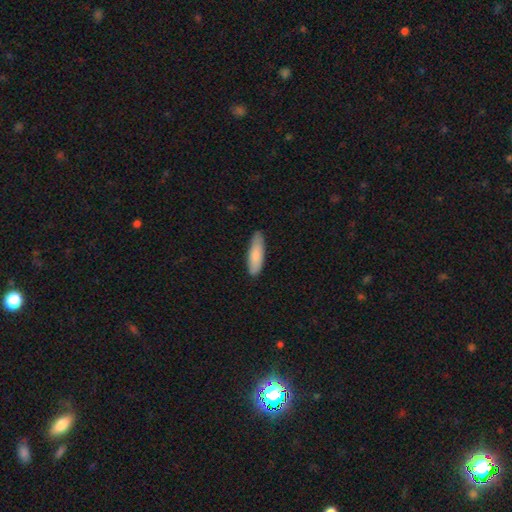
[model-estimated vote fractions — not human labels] This appears to be a smooth galaxy with no disk features (83%) that is cigar-shaped (56%). Merging: none (83%).